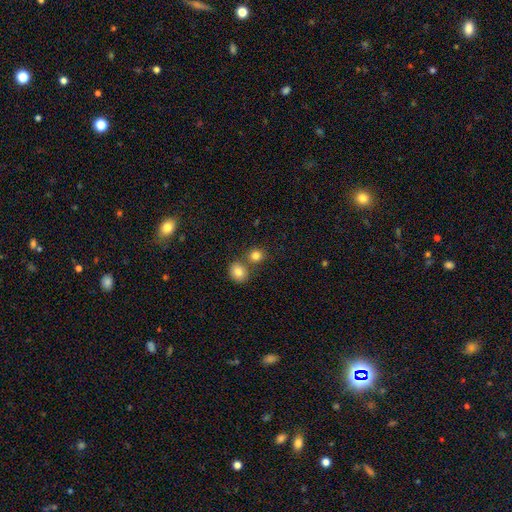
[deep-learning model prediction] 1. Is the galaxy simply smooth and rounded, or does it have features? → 82% smooth, 12% star or artifact, 7% featured or disk.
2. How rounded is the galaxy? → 81% round, 18% in between, 1% cigar-shaped.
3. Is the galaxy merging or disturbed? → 61% none, 29% merger, 8% minor disturbance, 3% major disturbance.